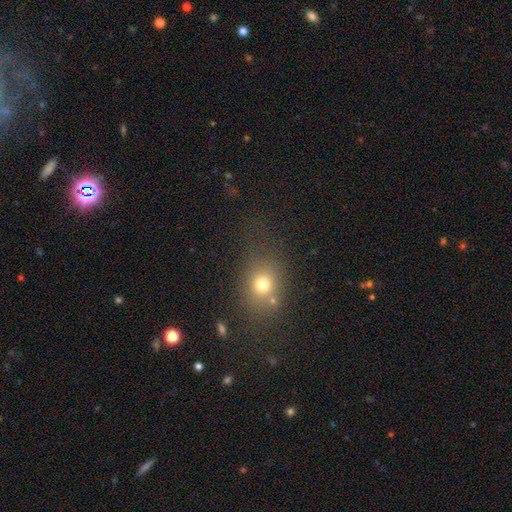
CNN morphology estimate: This is possibly a smooth galaxy (57%). How rounded: possibly round (51%). Merging: likely none (76%).